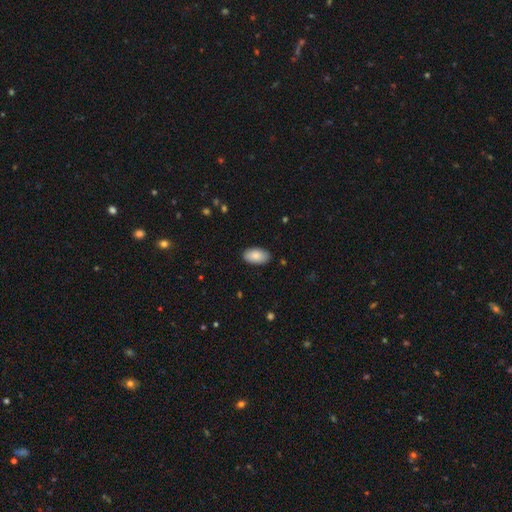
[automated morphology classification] A smooth galaxy with no disk features (86%) that is in between round and cigar-shaped (95%). Merging: none (88%).